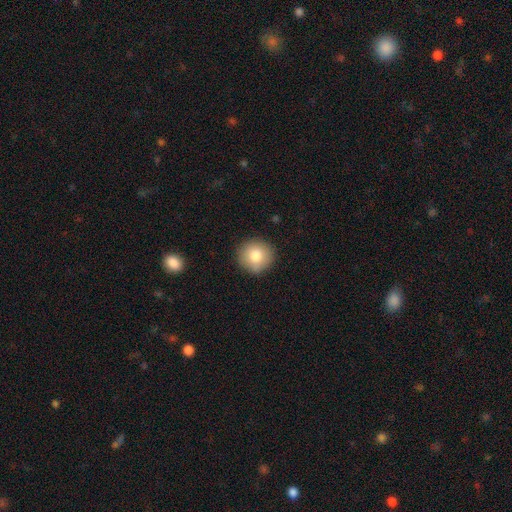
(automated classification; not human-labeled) Overall: smooth (80%). How rounded: round (93%). Merging: none (90%).